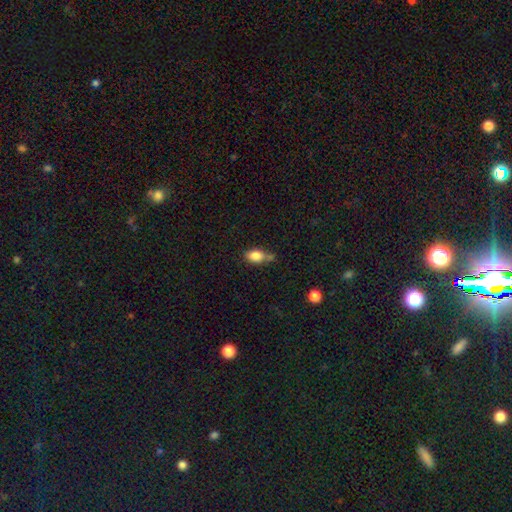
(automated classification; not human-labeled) smooth-or-featured: smooth: 83% | star or artifact: 9% | featured or disk: 8%
  how-rounded: in between: 84% | round: 13% | cigar-shaped: 3%
  merging: none: 50% | minor disturbance: 24% | merger: 20% | major disturbance: 6%